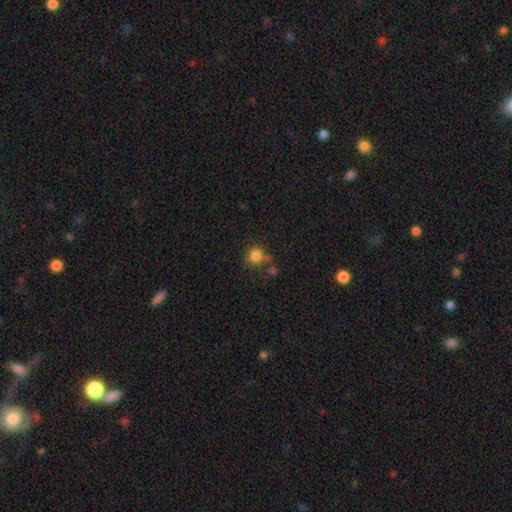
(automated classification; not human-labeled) This is clearly a smooth galaxy (82%). How rounded: clearly round (87%). Merging: likely none (63%).